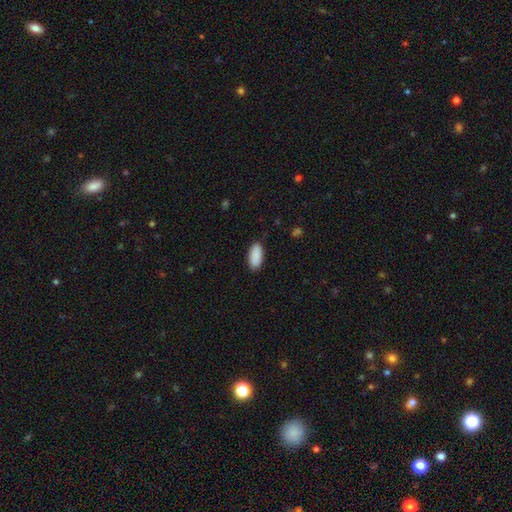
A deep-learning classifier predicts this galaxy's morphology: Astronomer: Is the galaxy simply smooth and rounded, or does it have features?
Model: smooth — 91%.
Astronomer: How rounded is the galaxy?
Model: in between — 90%.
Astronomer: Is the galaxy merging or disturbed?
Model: none — 88%.